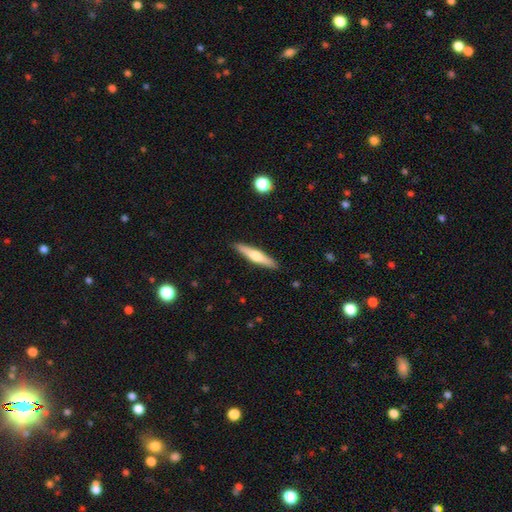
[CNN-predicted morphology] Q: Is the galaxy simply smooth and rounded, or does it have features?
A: featured or disk — 49%.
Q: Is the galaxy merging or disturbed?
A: none — 91%.